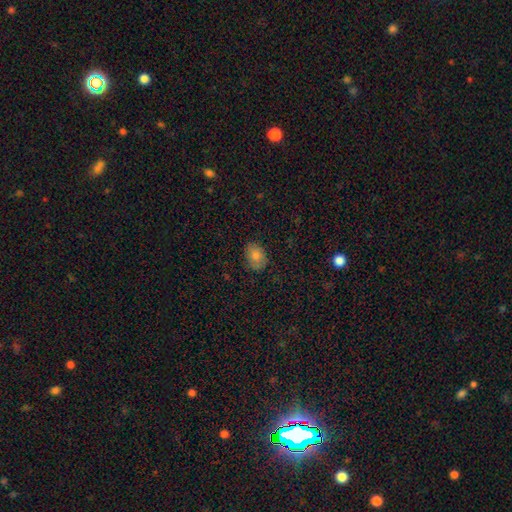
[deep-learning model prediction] Smooth or featured? smooth (83%)
How rounded? in between (75%)
Merging? none (80%)